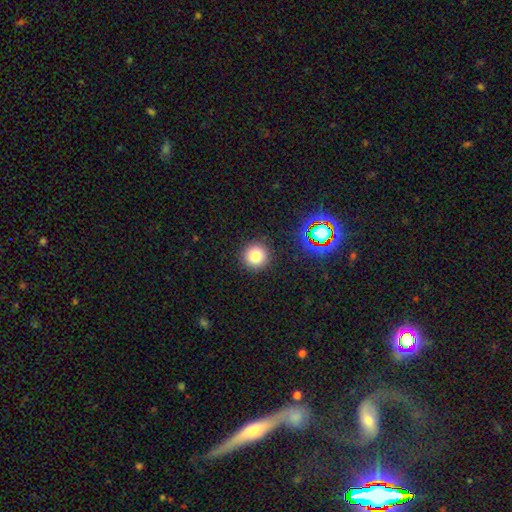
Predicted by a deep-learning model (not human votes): This is likely a smooth galaxy (78%). How rounded: clearly round (95%). Merging: clearly none (91%).